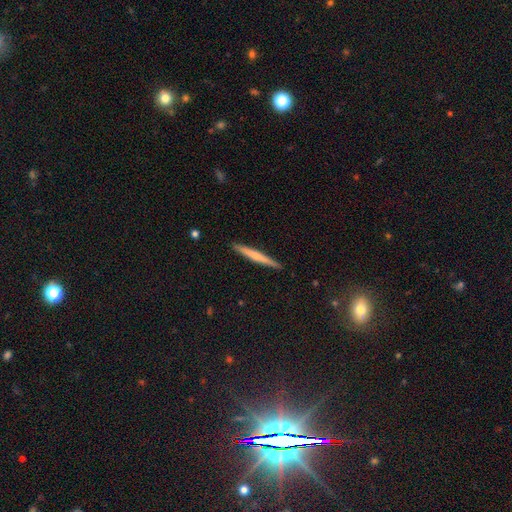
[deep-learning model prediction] The model was most divided on "smooth or featured": smooth: 52%, featured or disk: 42%, star or artifact: 5%. More confident: how rounded — cigar-shaped (96%); merging — none (92%).